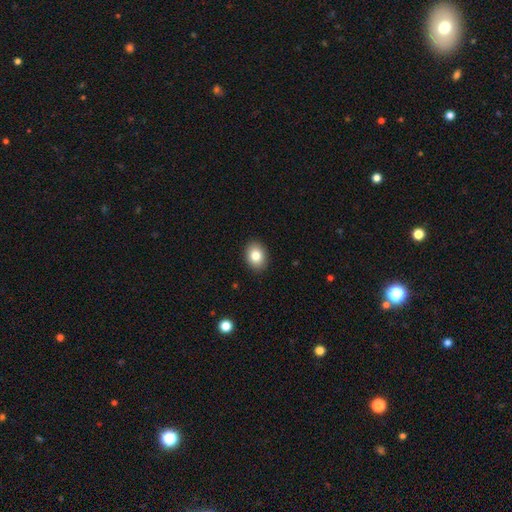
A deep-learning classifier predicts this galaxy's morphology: A smooth galaxy with no disk features (82%) that is in between round and cigar-shaped (65%). Merging: none (90%).